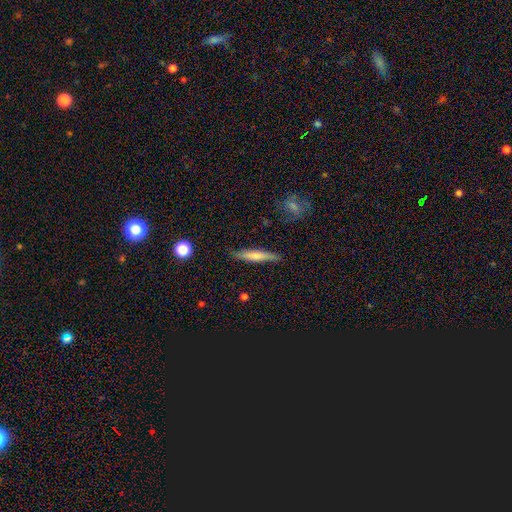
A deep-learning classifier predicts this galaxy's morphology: Smooth or featured: smooth — 65% (featured or disk — 30%)
How rounded: cigar-shaped — 90% (in between — 8%)
Merging: none — 84% (minor disturbance — 12%)